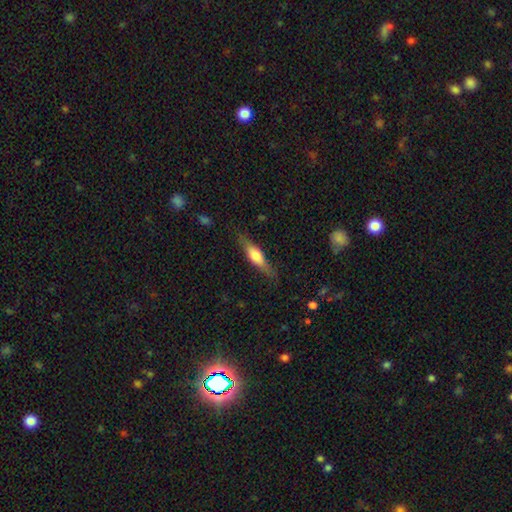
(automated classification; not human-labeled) Smooth or featured: smooth — 52% (featured or disk — 42%)
How rounded: cigar-shaped — 63% (in between — 35%)
Merging: none — 77% (minor disturbance — 17%)